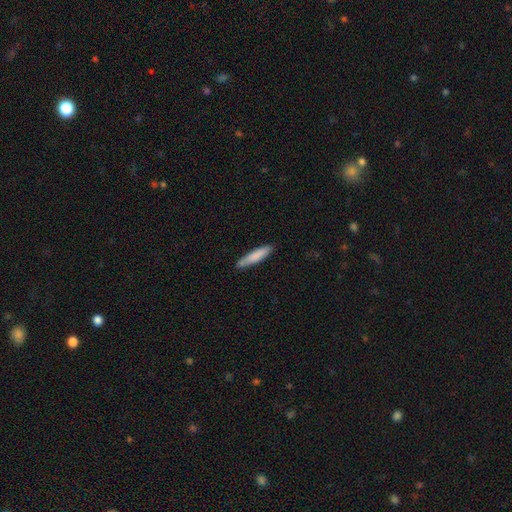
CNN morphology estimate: A smooth galaxy with no disk features (81%) that is cigar-shaped (87%). Merging: none (82%).